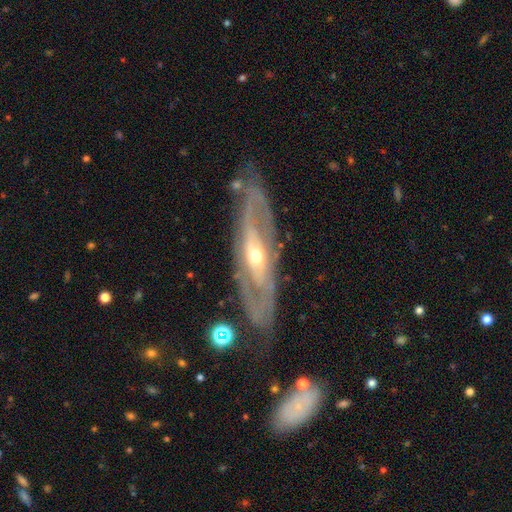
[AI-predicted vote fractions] Smooth or featured? featured or disk (80%)
Edge-on disk? no (74%)
Bar? no (61%)
Spiral arms? yes (65%)
Bulge size? moderate (52%)
Merging? none (77%)